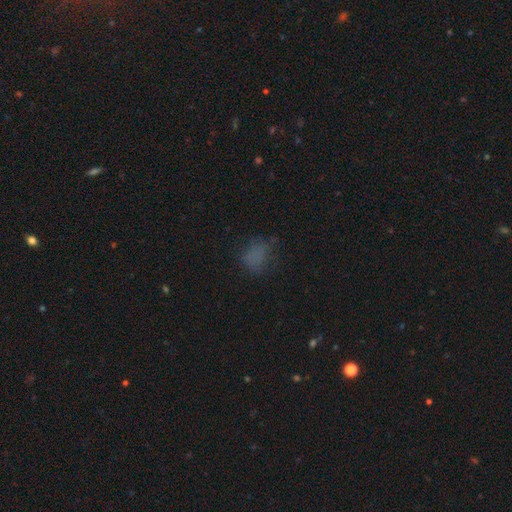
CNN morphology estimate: smooth 63%, star or artifact 23%, featured or disk 14%. Down the decision tree: how rounded — in between (56%); merging — none (58%).